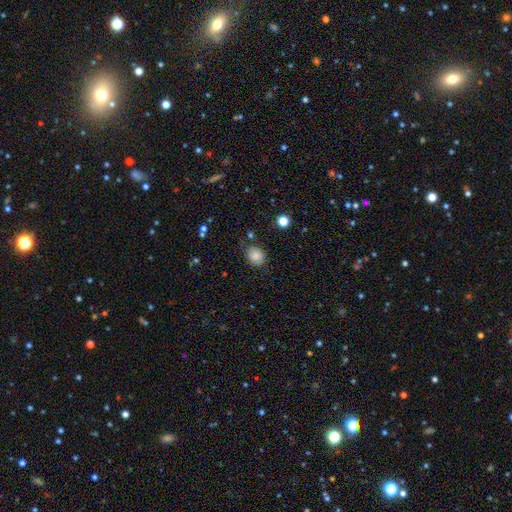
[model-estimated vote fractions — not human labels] Morphology: type=smooth (83%); roundness=round (64%); merging=none (75%).